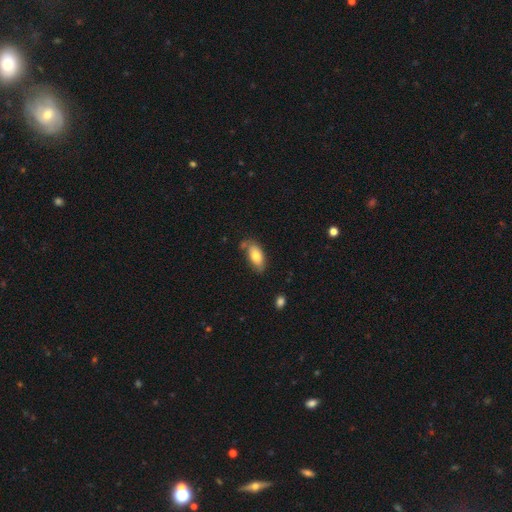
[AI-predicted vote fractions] smooth_or_featured: smooth (p=0.78) [alt: featured or disk p=0.16]
how_rounded: in between (p=0.89) [alt: cigar-shaped p=0.08]
merging: none (p=0.62) [alt: minor disturbance p=0.25]